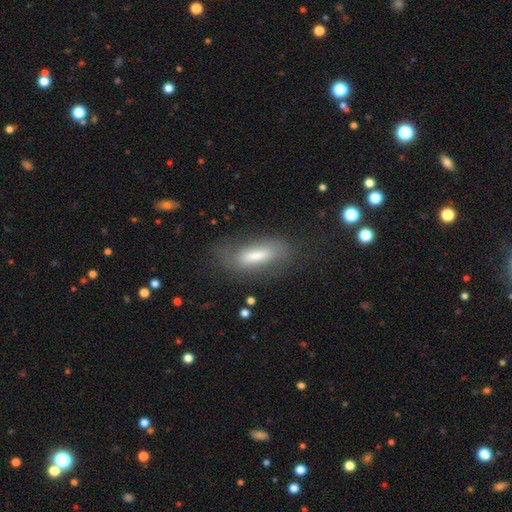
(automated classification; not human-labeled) This appears to be a smooth galaxy with no disk features (65%) that is in between round and cigar-shaped (50%). Merging: none (69%).